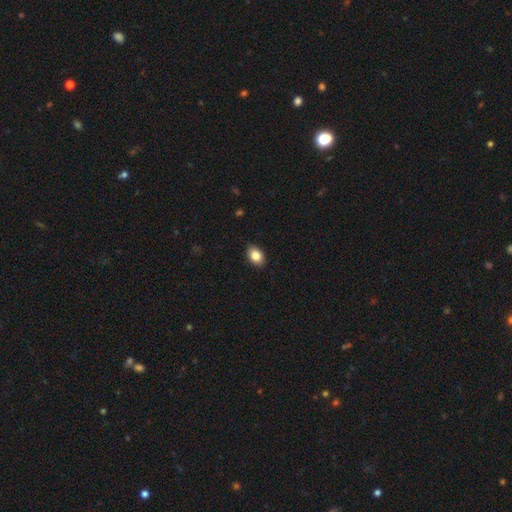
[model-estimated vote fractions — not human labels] Smooth or featured: smooth — 84% (star or artifact — 8%)
How rounded: in between — 80% (round — 18%)
Merging: none — 85% (minor disturbance — 12%)